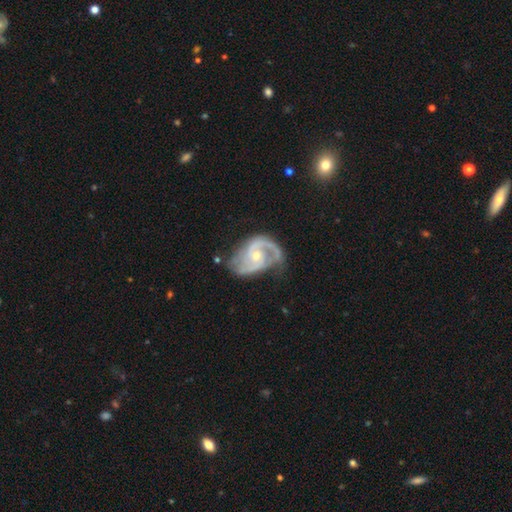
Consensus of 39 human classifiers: Q: Smooth or featured?
A: featured or disk (95%); runner-up: smooth (5%)
Q: Edge-on disk?
A: no (100%)
Q: Bar?
A: no (73%); runner-up: weak (19%)
Q: Spiral arms?
A: yes (97%); runner-up: no (3%)
Q: Spiral winding?
A: medium (53%); runner-up: tight (28%)
Q: Spiral arm count?
A: 2 (75%); runner-up: can't tell (11%)
Q: Bulge size?
A: small (57%); runner-up: moderate (43%)
Q: Merging?
A: none (38%); runner-up: minor disturbance (33%)